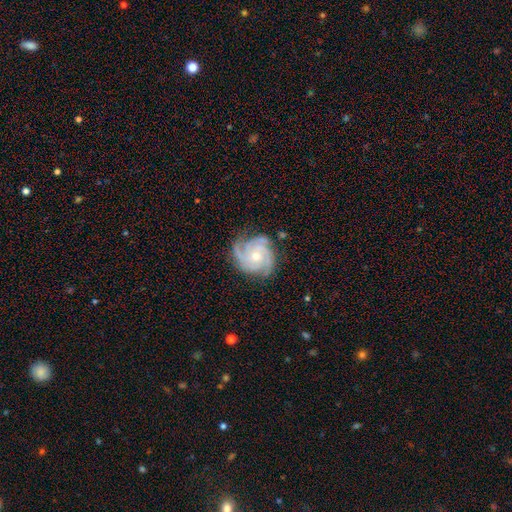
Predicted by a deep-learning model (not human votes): A featured or disk galaxy (89%) with no bar (79%), 3 (46%) tight (66%) spiral arms (98%) and a small central bulge (53%). Merging: none (77%).